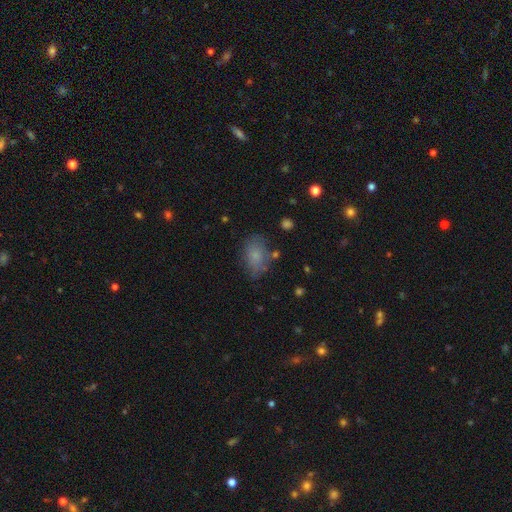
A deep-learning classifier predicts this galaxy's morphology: smooth_or_featured: smooth (p=0.75) [alt: featured or disk p=0.14]
how_rounded: in between (p=0.84) [alt: round p=0.14]
merging: none (p=0.66) [alt: minor disturbance p=0.22]